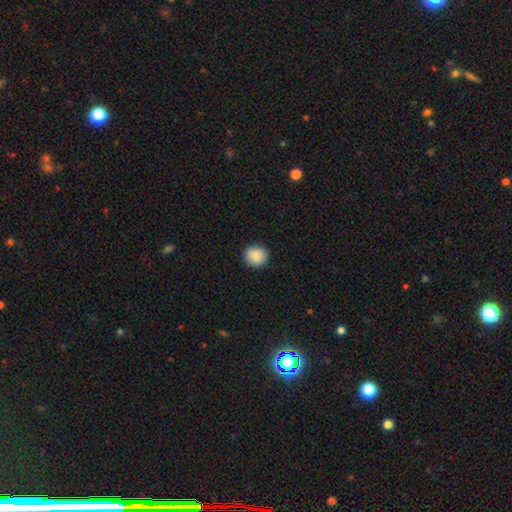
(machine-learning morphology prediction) This is clearly a smooth galaxy (89%). How rounded: clearly round (86%). Merging: clearly none (90%).